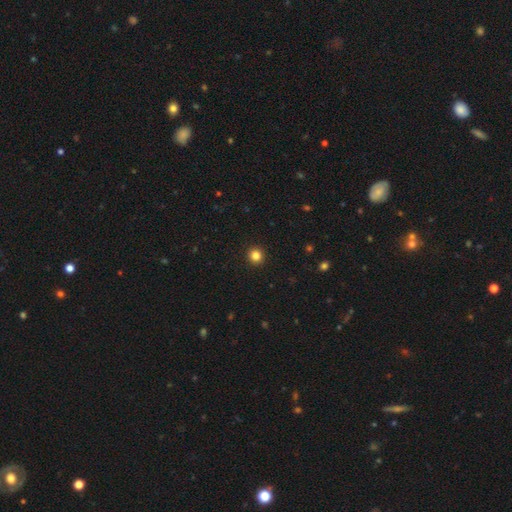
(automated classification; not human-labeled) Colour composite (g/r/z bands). It shows a smooth galaxy with no disk features (83%) that is round (94%). Merging: none (94%).